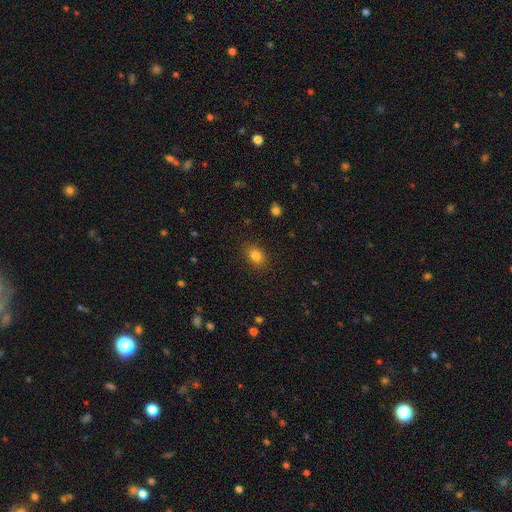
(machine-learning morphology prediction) smooth_or_featured: smooth (p=0.83) [alt: star or artifact p=0.11]
how_rounded: in between (p=0.68) [alt: round p=0.30]
merging: none (p=0.86) [alt: minor disturbance p=0.10]